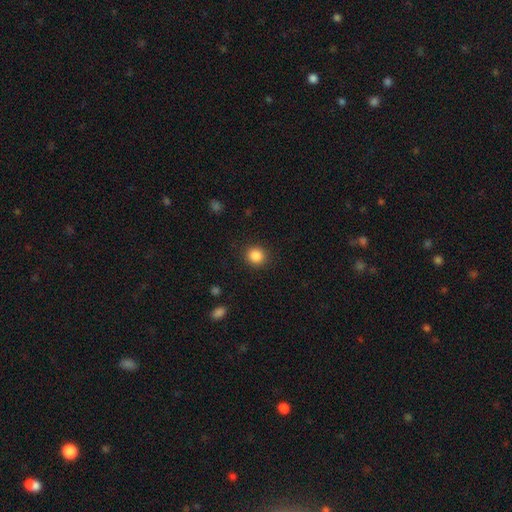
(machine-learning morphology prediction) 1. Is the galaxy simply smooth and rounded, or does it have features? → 86% smooth, 10% star or artifact, 3% featured or disk.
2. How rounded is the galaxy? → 87% round, 12% in between, 1% cigar-shaped.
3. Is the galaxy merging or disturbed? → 90% none, 6% minor disturbance, 3% major disturbance, 1% merger.